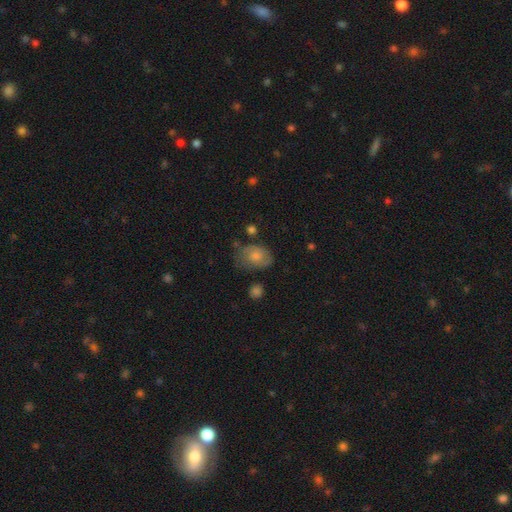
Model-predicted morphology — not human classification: A smooth galaxy with no disk features (66%) that is in between round and cigar-shaped (70%). Merging: none (54%).